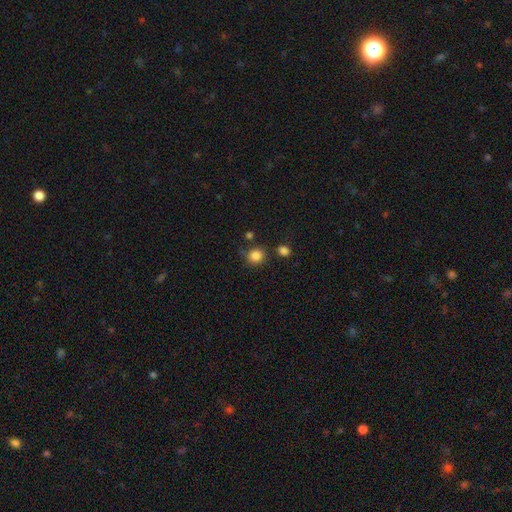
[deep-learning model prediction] This is clearly a smooth galaxy (85%). How rounded: clearly round (86%). Merging: likely none (75%).